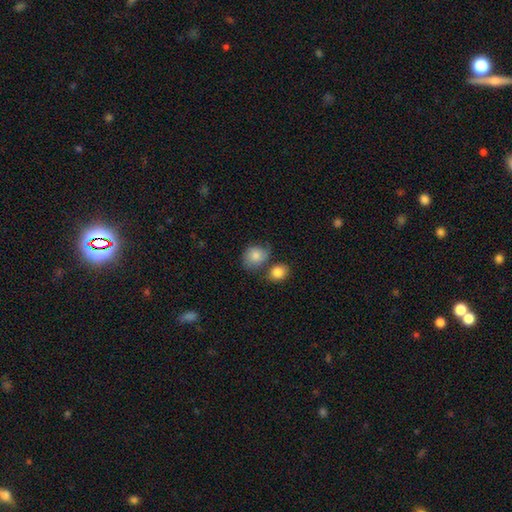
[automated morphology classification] Smooth or featured?
  - smooth: 81% *
  - featured or disk: 12%
  - star or artifact: 8%
How rounded?
  - round: 63% *
  - in between: 36%
  - cigar-shaped: 1%
Merging?
  - none: 49% *
  - merger: 23%
  - minor disturbance: 20%
  - major disturbance: 8%